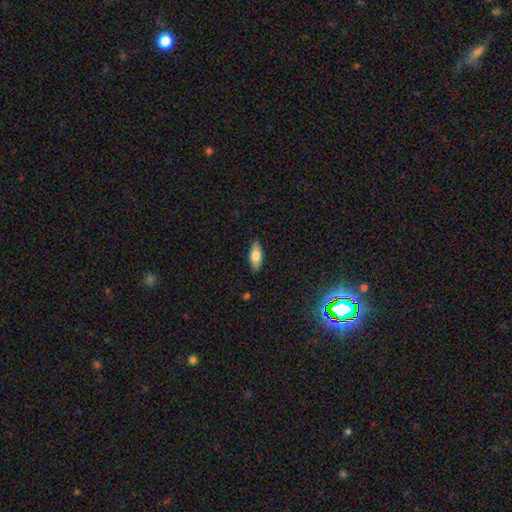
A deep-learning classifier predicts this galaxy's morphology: Smooth or featured: smooth — 78% (featured or disk — 15%)
How rounded: in between — 85% (cigar-shaped — 13%)
Merging: none — 88% (minor disturbance — 9%)